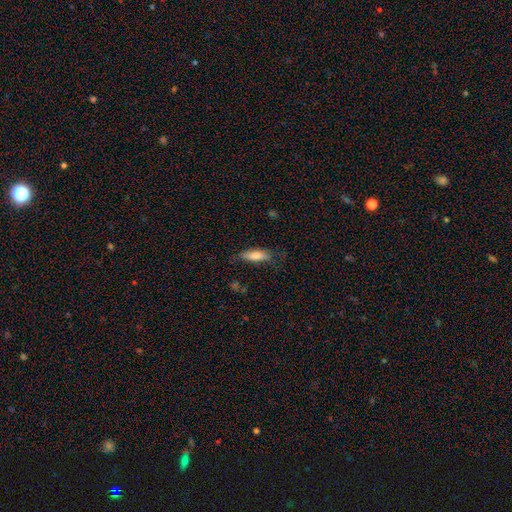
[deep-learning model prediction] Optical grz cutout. It shows a smooth galaxy with no disk features (77%) that is cigar-shaped (51%). Merging: none (69%).